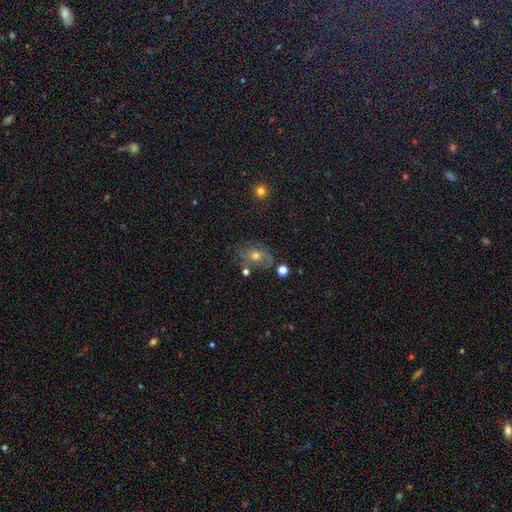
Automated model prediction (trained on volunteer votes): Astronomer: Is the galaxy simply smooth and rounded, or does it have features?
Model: featured or disk — 47% (runner-up: smooth, 34%).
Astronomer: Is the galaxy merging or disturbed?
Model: none — 64%.